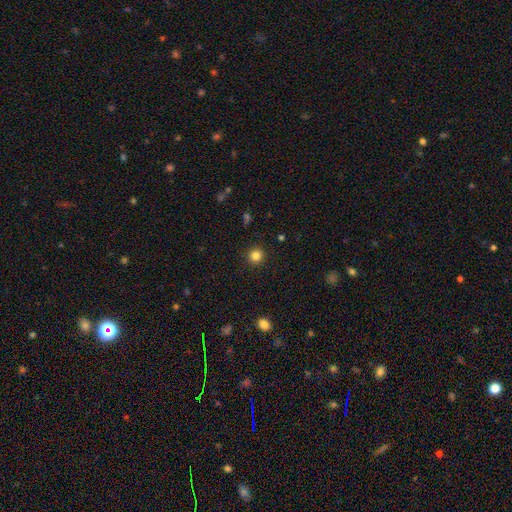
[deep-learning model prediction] Smooth or featured? Predicted: smooth (p=0.83). How rounded? Predicted: round (p=0.94). Merging? Predicted: none (p=0.92).